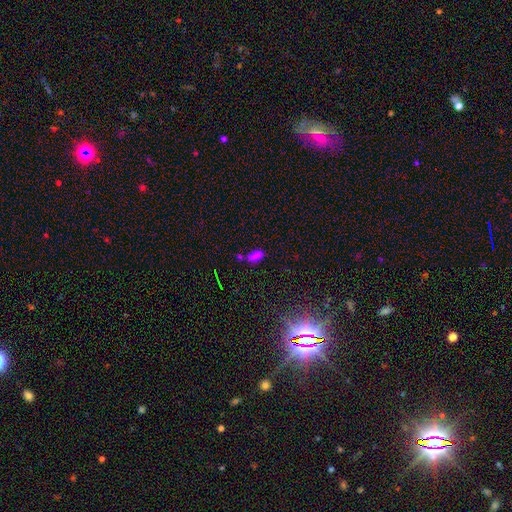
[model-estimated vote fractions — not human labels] A smooth galaxy with no disk features (76%) that is in between round and cigar-shaped (85%). Merging: none (64%).